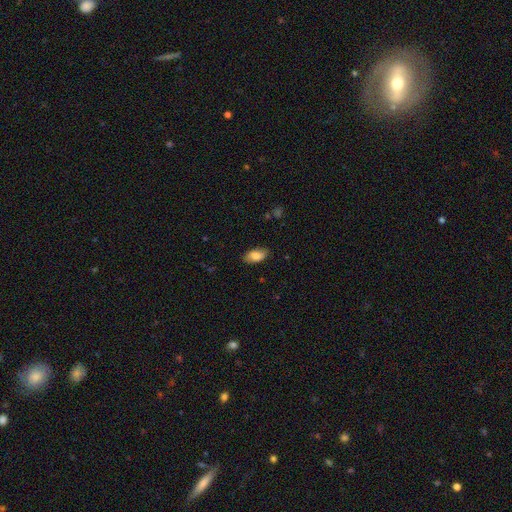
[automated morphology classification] Smooth or featured? smooth (81%)
How rounded? in between (93%)
Merging? none (84%)